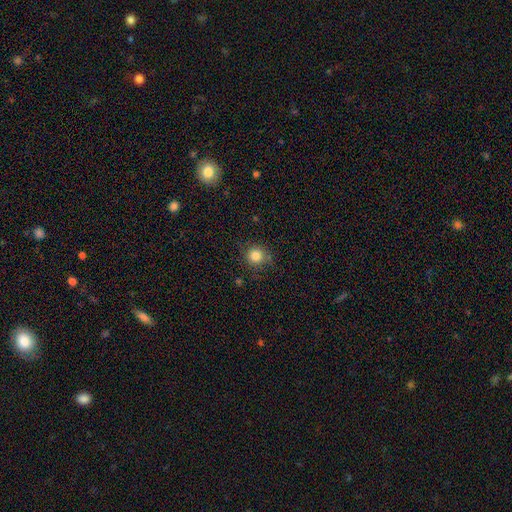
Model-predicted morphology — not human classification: The model was most divided on "merging": none: 81%, minor disturbance: 13%, major disturbance: 4%, merger: 2%. More confident: how rounded — round (91%); smooth or featured — smooth (83%).